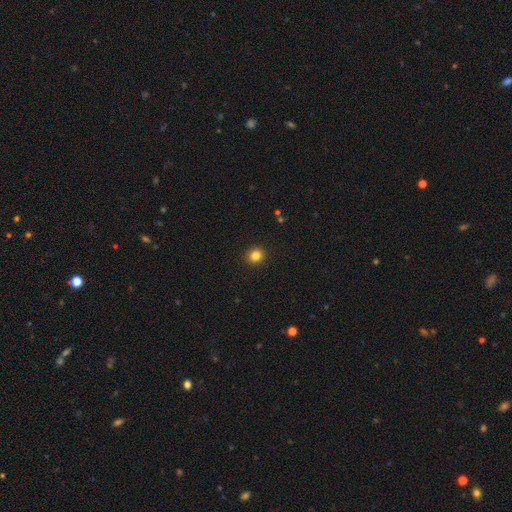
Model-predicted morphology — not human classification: smooth_or_featured: smooth (p=0.83) [alt: star or artifact p=0.12]
how_rounded: round (p=0.79) [alt: in between p=0.20]
merging: none (p=0.92) [alt: minor disturbance p=0.05]